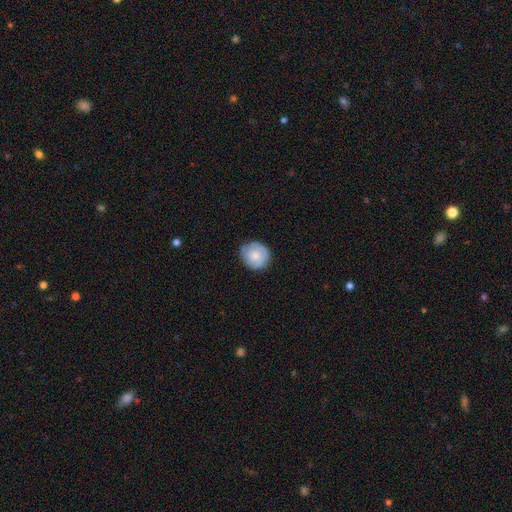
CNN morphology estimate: Smooth or featured: smooth — 71% (featured or disk — 23%)
How rounded: round — 89% (in between — 10%)
Merging: none — 81% (minor disturbance — 15%)